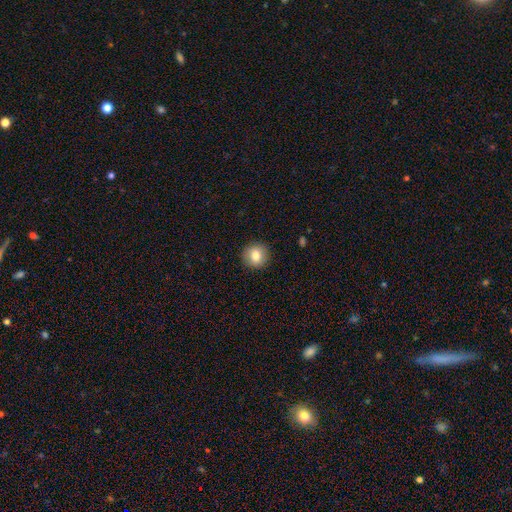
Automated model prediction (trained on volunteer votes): A smooth galaxy with no disk features (81%) that is round (91%). Merging: none (91%).